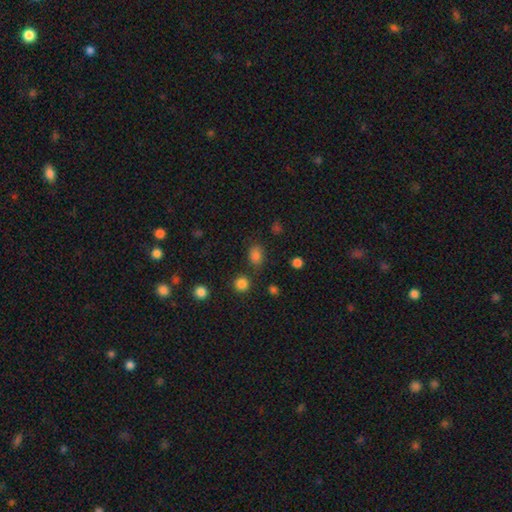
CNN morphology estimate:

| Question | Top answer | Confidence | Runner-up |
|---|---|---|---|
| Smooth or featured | smooth | 80% | star or artifact (15%) |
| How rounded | in between | 61% | round (37%) |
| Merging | none | 76% | minor disturbance (14%) |